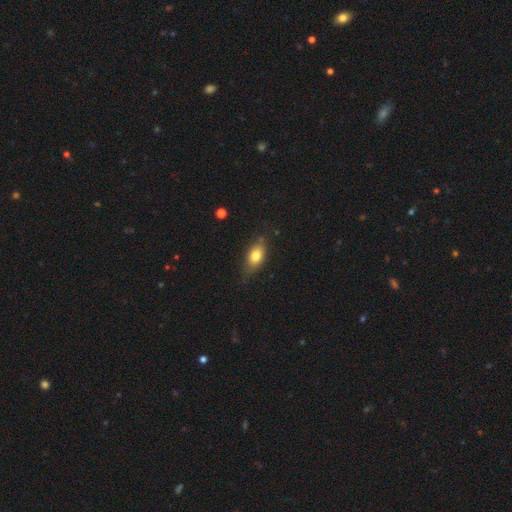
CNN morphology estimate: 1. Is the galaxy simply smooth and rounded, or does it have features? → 78% smooth, 14% featured or disk, 8% star or artifact.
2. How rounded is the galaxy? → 83% in between, 11% round, 6% cigar-shaped.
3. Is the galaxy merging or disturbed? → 66% none, 26% minor disturbance, 6% major disturbance, 2% merger.